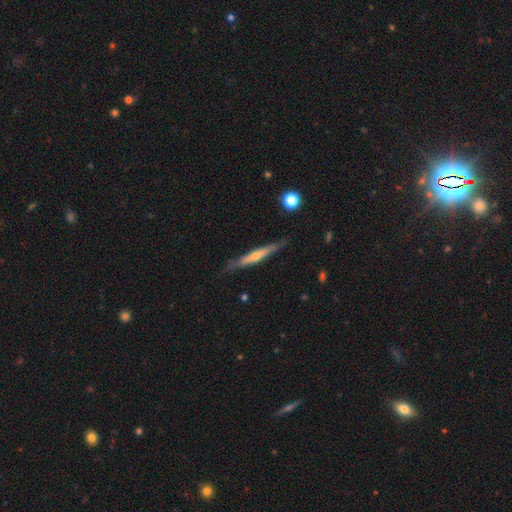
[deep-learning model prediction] smooth-or-featured: featured or disk: 66% | smooth: 28% | star or artifact: 6%
  disk-edge-on: yes: 95% | no: 5%
    edge-on-bulge: rounded: 65% | none: 30% | boxy: 5%
  merging: none: 84% | minor disturbance: 13% | major disturbance: 2% | merger: 1%